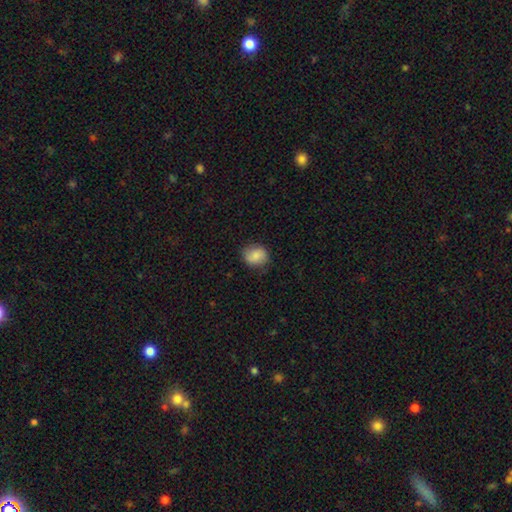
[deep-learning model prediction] smooth 82%, featured or disk 10%, star or artifact 8%. Down the decision tree: how rounded — round (64%); merging — none (77%).